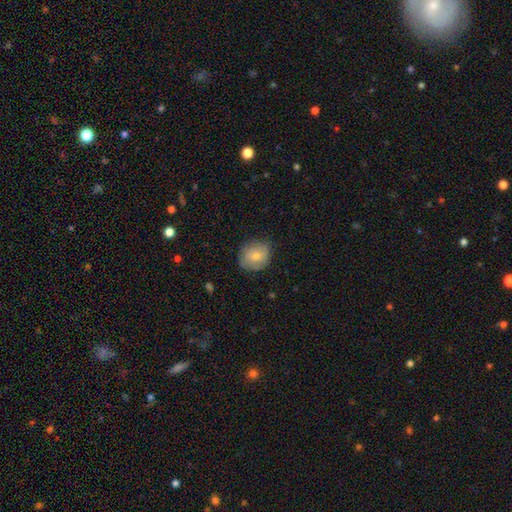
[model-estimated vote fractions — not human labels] Smooth or featured?
  - smooth: 78% *
  - featured or disk: 15%
  - star or artifact: 7%
How rounded?
  - round: 74% *
  - in between: 25%
  - cigar-shaped: 1%
Merging?
  - none: 75% *
  - minor disturbance: 20%
  - major disturbance: 4%
  - merger: 1%